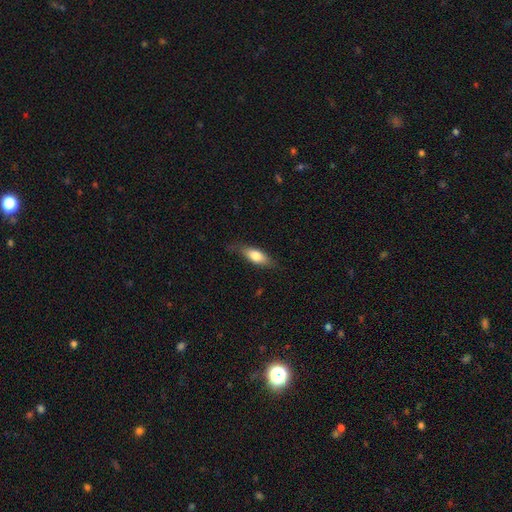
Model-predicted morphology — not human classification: Smooth or featured? smooth (72%)
How rounded? in between (68%)
Merging? none (73%)